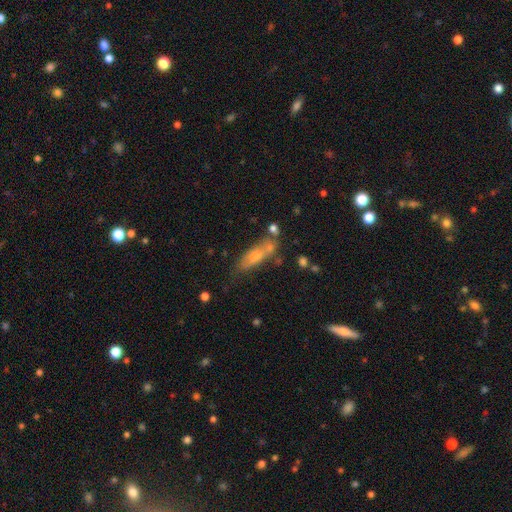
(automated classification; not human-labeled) smooth 65%, featured or disk 27%, star or artifact 9%. Down the decision tree: how rounded — in between (53%); merging — none (45%).